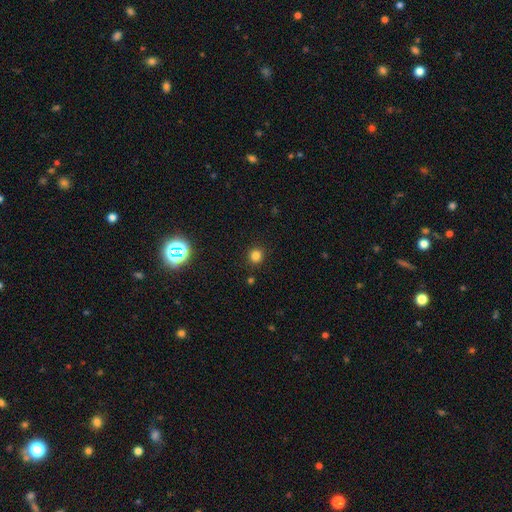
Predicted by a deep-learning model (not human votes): This is clearly a smooth galaxy (81%). How rounded: clearly round (92%). Merging: clearly none (90%).